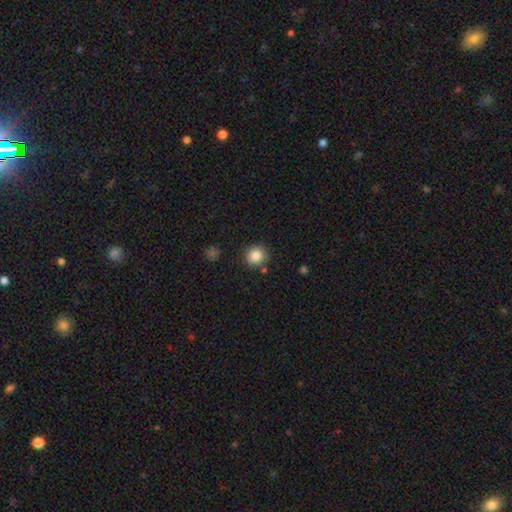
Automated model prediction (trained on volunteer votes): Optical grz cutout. It shows a smooth galaxy with no disk features (86%) that is round (90%). Merging: none (85%).